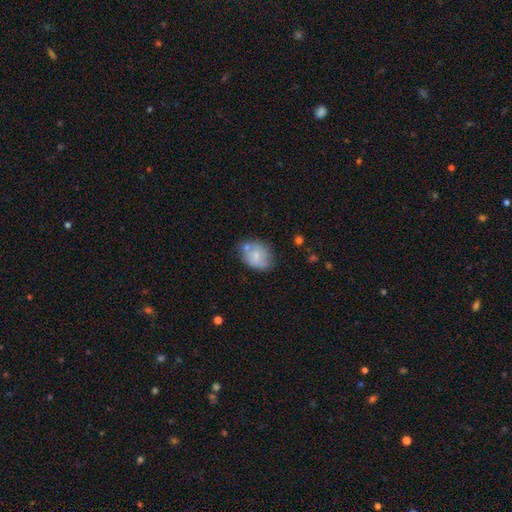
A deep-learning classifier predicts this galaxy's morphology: A smooth galaxy with no disk features (64%) that is in between round and cigar-shaped (56%).

Vote fractions:
- Smooth or featured? smooth: 64% / featured or disk: 28% / star or artifact: 8%
- How rounded? in between: 56% / round: 43% / cigar-shaped: 1%
- Merging? none: 54% / minor disturbance: 24% / merger: 15% / major disturbance: 7%